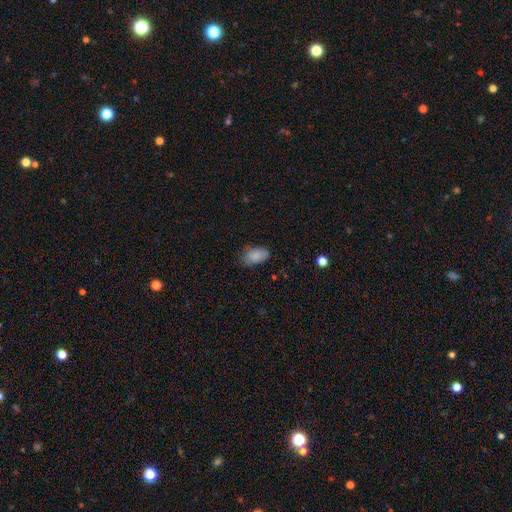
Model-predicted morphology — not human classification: type=smooth (86%); roundness=in between (91%); merging=none (68%).